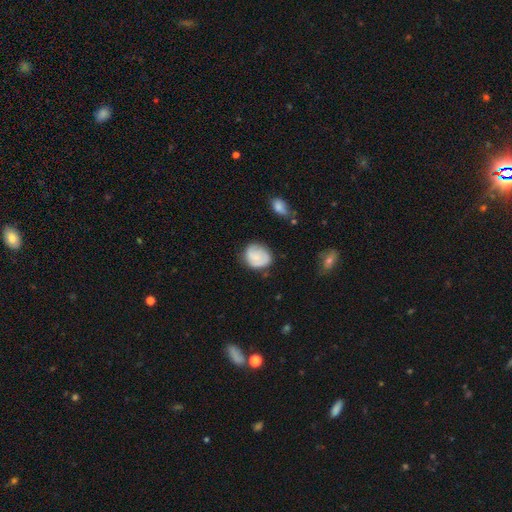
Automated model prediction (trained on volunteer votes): Morphology: type=smooth (55%); roundness=round (62%); merging=none (71%).